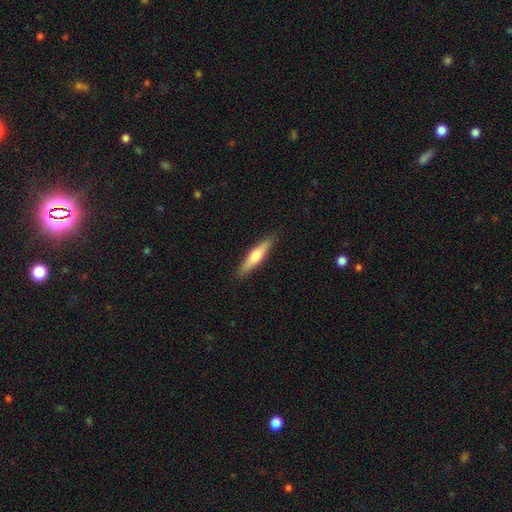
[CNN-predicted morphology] A smooth galaxy with no disk features (54%) that is cigar-shaped (81%).

Vote fractions:
- Smooth or featured? smooth: 54% / featured or disk: 41% / star or artifact: 5%
- How rounded? cigar-shaped: 81% / in between: 17% / round: 2%
- Merging? none: 89% / minor disturbance: 8% / major disturbance: 2% / merger: 1%